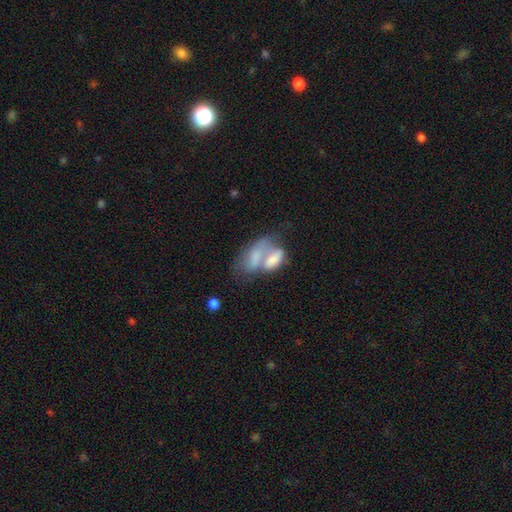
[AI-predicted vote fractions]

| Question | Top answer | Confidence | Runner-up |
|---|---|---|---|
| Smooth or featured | smooth | 61% | featured or disk (31%) |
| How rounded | in between | 89% | round (7%) |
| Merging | merger | 73% | major disturbance (11%) |